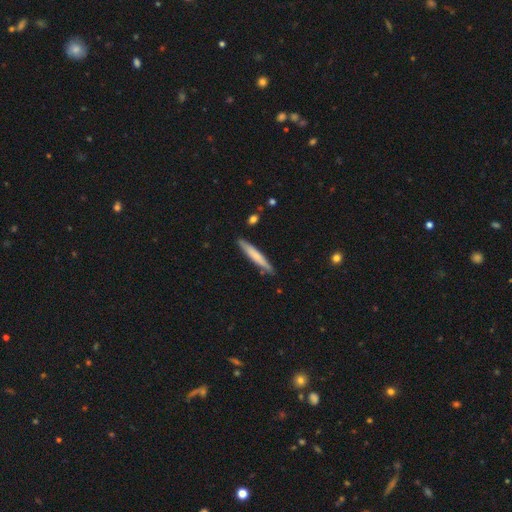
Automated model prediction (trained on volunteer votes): This is likely a smooth galaxy (63%). How rounded: clearly cigar-shaped (94%). Merging: clearly none (85%).